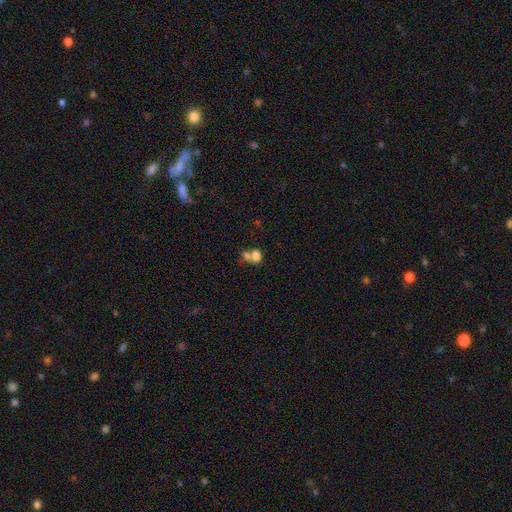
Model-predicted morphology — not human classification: smooth 75%, featured or disk 14%, star or artifact 11%. Down the decision tree: how rounded — in between (56%); merging — merger (64%).